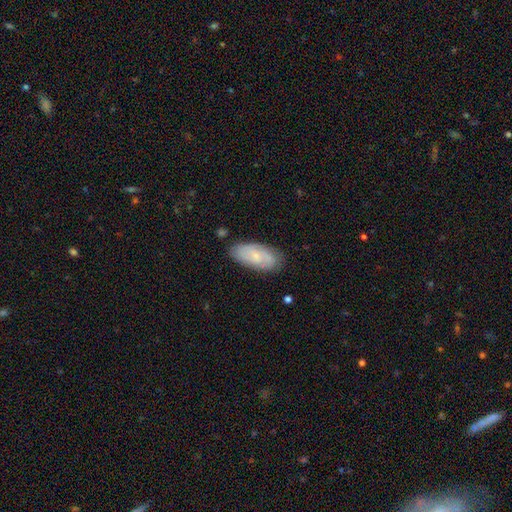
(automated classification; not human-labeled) Smooth or featured?
  - smooth: 57% *
  - featured or disk: 37%
  - star or artifact: 7%
How rounded?
  - in between: 88% *
  - cigar-shaped: 10%
  - round: 3%
Merging?
  - none: 77% *
  - minor disturbance: 17%
  - major disturbance: 3%
  - merger: 2%